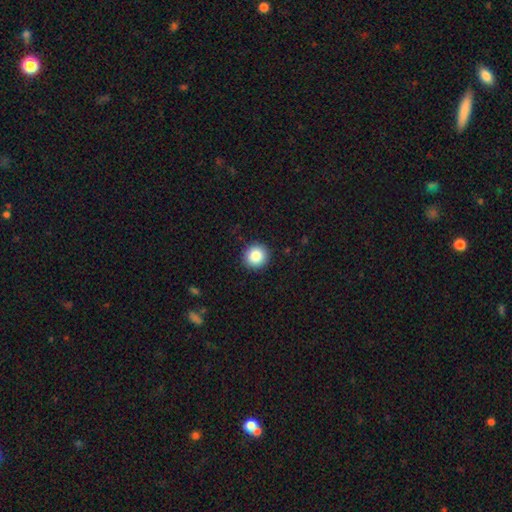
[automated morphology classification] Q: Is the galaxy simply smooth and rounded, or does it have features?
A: smooth — 86%.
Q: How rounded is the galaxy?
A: round — 92%.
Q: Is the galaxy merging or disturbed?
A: none — 92%.